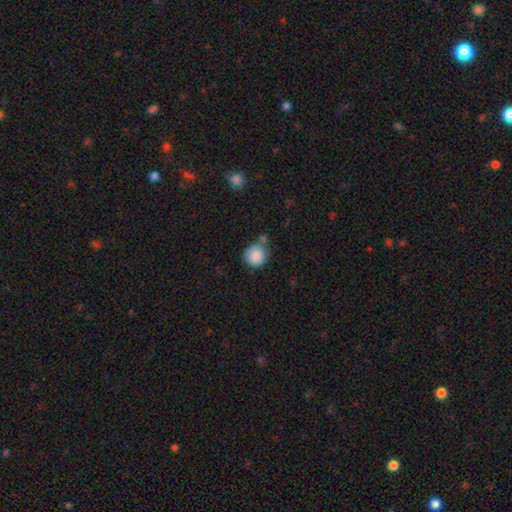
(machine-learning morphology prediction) smooth_or_featured: smooth (p=0.85) [alt: star or artifact p=0.08]
how_rounded: round (p=0.90) [alt: in between p=0.09]
merging: none (p=0.59) [alt: minor disturbance p=0.20]